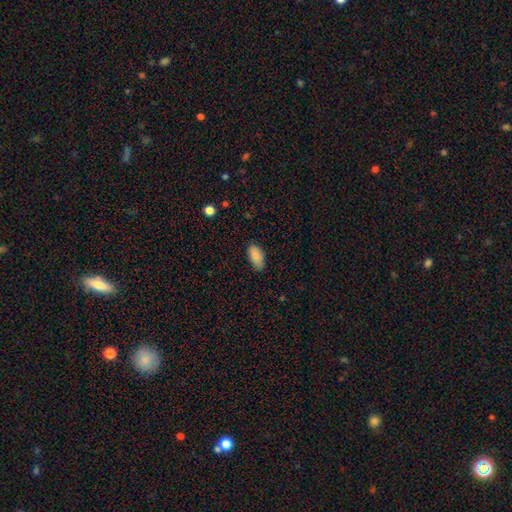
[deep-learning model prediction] Smooth or featured? Predicted: smooth (p=0.86). How rounded? Predicted: in between (p=0.93). Merging? Predicted: none (p=0.82).